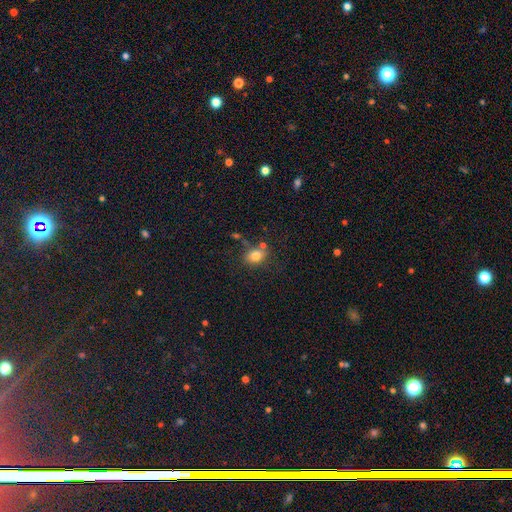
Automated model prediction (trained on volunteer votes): Morphology: type=smooth (79%); roundness=in between (55%); merging=none (66%).